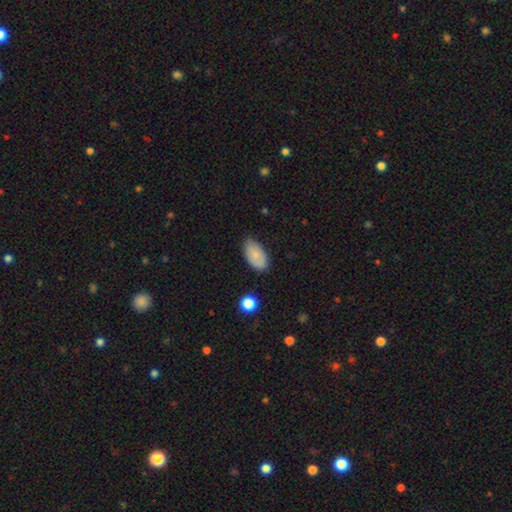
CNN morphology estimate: Overall: smooth (75%). How rounded: in between (94%). Merging: none (72%).